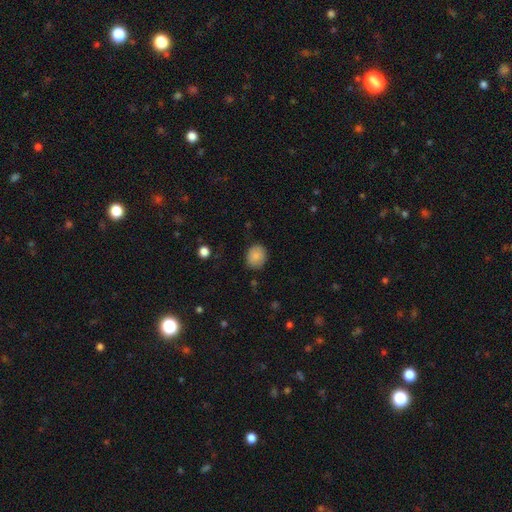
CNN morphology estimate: This appears to be a smooth galaxy with no disk features (87%) that is round (65%). Merging: none (84%).